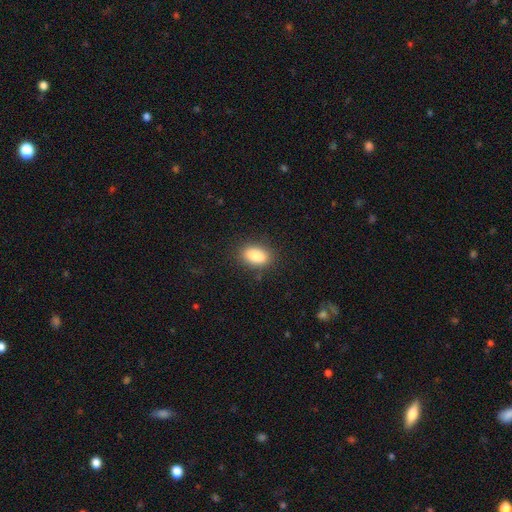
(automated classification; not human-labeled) This appears to be a smooth galaxy with no disk features (86%) that is in between round and cigar-shaped (87%). Merging: none (85%).